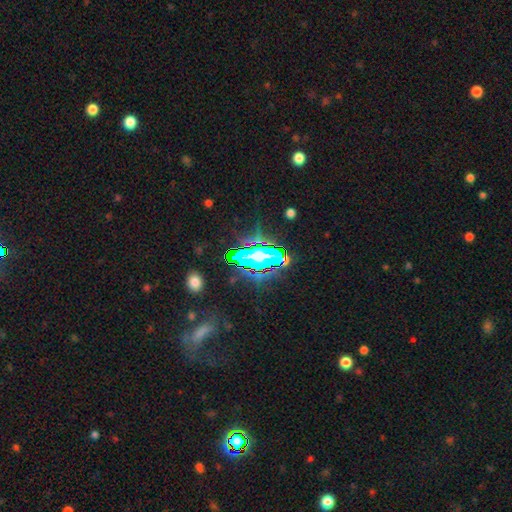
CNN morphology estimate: Smooth or featured? Predicted: star or artifact (p=0.65).